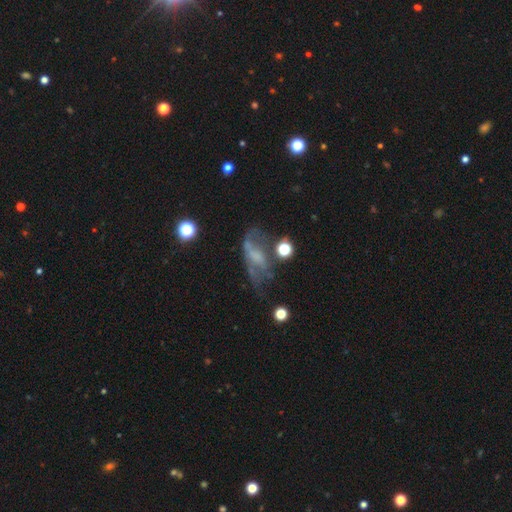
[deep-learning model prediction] Smooth or featured? featured or disk (52%)
Edge-on disk? no (88%)
Merging? major disturbance (35%, tied with none)